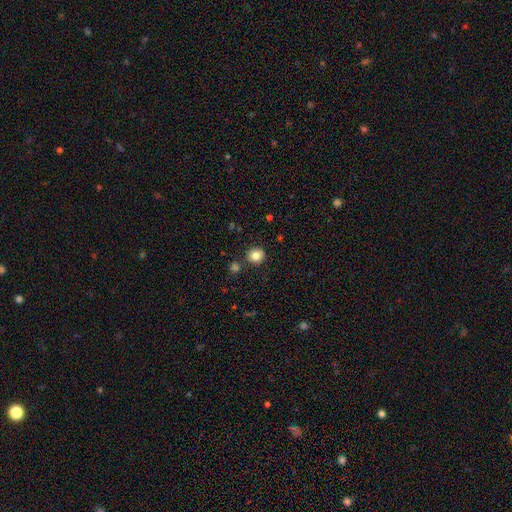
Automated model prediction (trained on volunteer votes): Smooth or featured: smooth — 83% (star or artifact — 11%)
How rounded: round — 88% (in between — 11%)
Merging: none — 86% (minor disturbance — 7%)